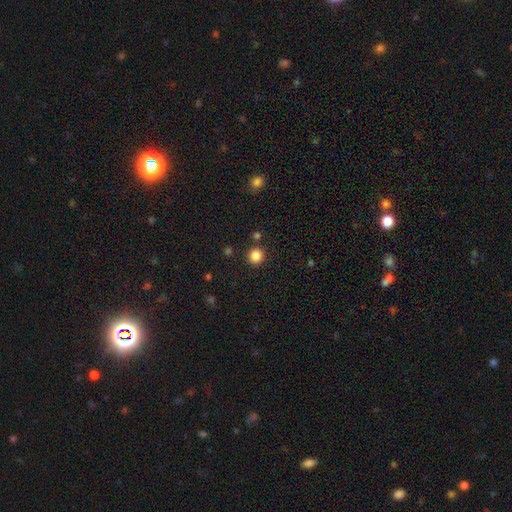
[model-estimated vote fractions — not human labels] This is clearly a smooth galaxy (85%). How rounded: clearly round (93%). Merging: clearly none (88%).